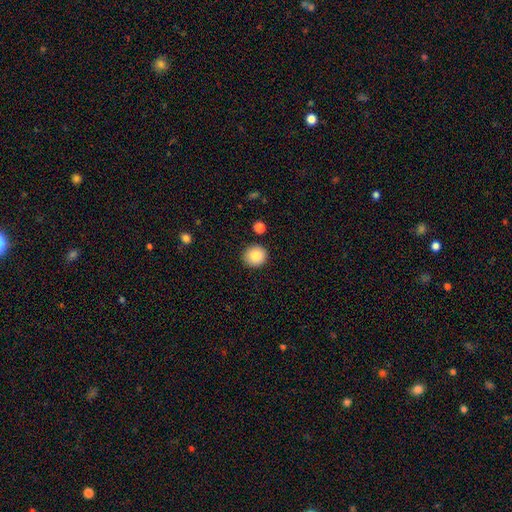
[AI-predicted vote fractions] Q: Smooth or featured?
A: smooth (88%); runner-up: star or artifact (8%)
Q: How rounded?
A: round (91%); runner-up: in between (8%)
Q: Merging?
A: none (90%); runner-up: minor disturbance (6%)